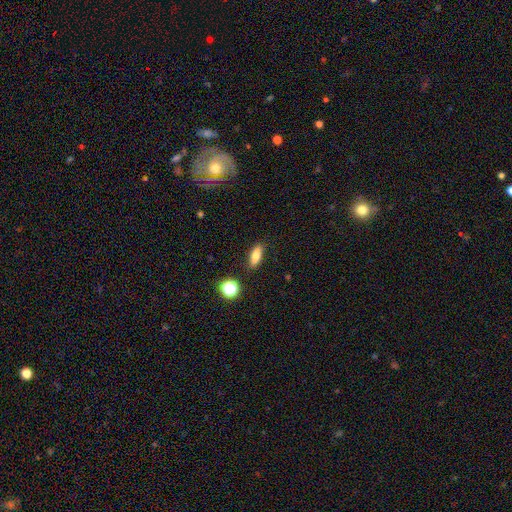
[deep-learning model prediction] Smooth or featured?
  - smooth: 77% *
  - featured or disk: 13%
  - star or artifact: 10%
How rounded?
  - in between: 70% *
  - cigar-shaped: 24%
  - round: 5%
Merging?
  - none: 86% *
  - minor disturbance: 9%
  - major disturbance: 2%
  - merger: 2%